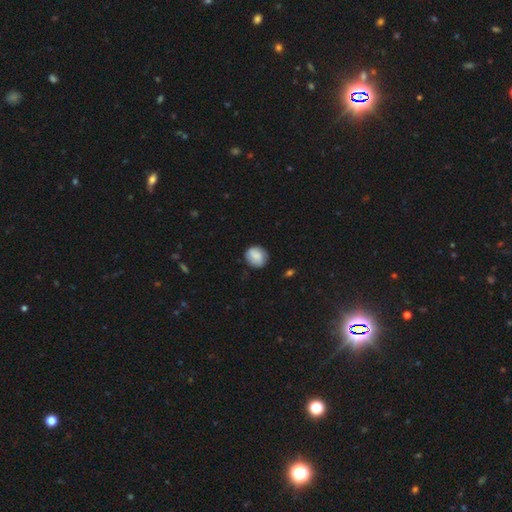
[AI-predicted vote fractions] smooth-or-featured: smooth: 79% | featured or disk: 13% | star or artifact: 8%
  how-rounded: round: 73% | in between: 26% | cigar-shaped: 1%
  merging: none: 75% | minor disturbance: 19% | major disturbance: 4% | merger: 1%